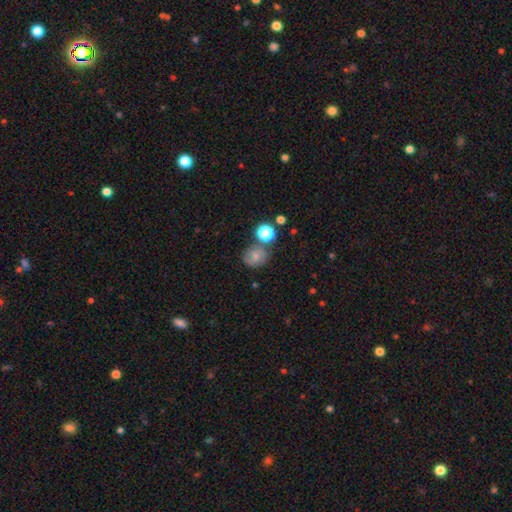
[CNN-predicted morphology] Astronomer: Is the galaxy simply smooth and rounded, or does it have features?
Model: smooth — 68%.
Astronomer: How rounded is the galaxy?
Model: round — 72%.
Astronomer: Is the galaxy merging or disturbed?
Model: none — 66%.